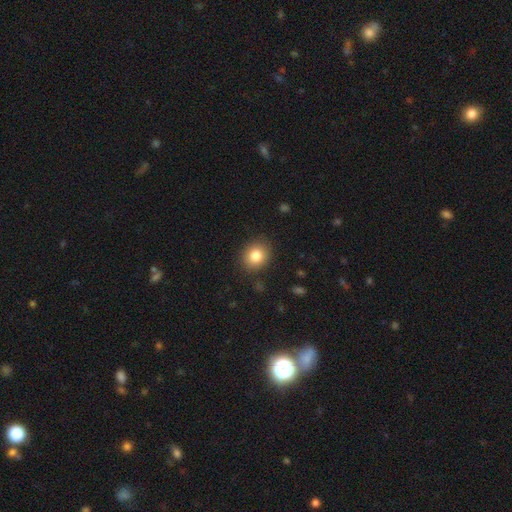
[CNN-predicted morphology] smooth_or_featured: smooth (p=0.82) [alt: star or artifact p=0.10]
how_rounded: round (p=0.72) [alt: in between p=0.27]
merging: none (p=0.87) [alt: minor disturbance p=0.09]